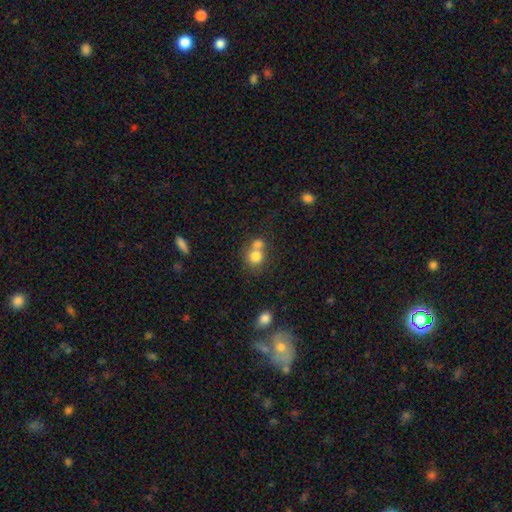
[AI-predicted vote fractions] smooth 78%, featured or disk 12%, star or artifact 11%. Down the decision tree: how rounded — round (78%); merging — merger (52%).